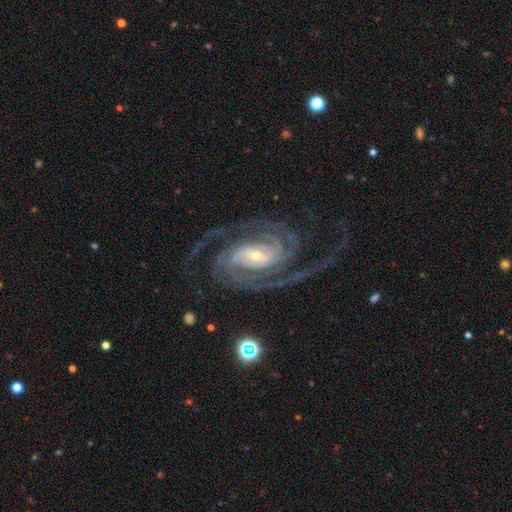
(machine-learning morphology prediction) Overall: featured or disk (93%). Edge-on disk: no (97%). Bar: no (36%, tied with weak). Spiral arms: yes (99%). Spiral arm count: 2 (41%; 3 23%). Spiral winding: tight (53%; medium 40%). Bulge size: small (67%). Merging: none (72%).